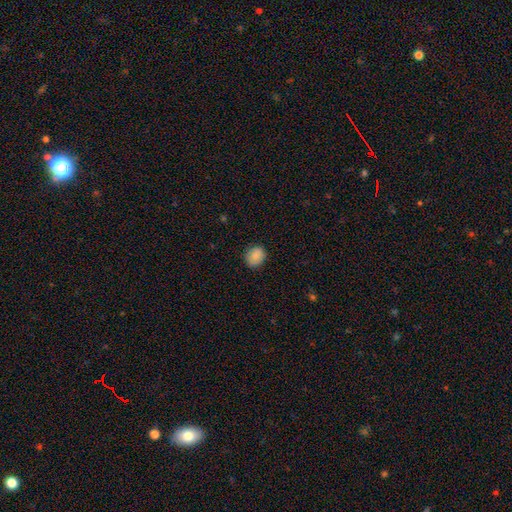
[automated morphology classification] The model was most divided on "how rounded": round: 70%, in between: 29%, cigar-shaped: 1%. More confident: smooth or featured — smooth (87%); merging — none (84%).